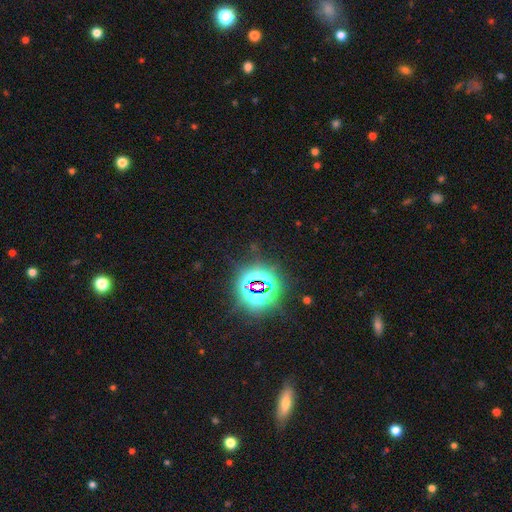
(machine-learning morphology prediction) Smooth or featured: star or artifact — 80% (smooth — 12%)